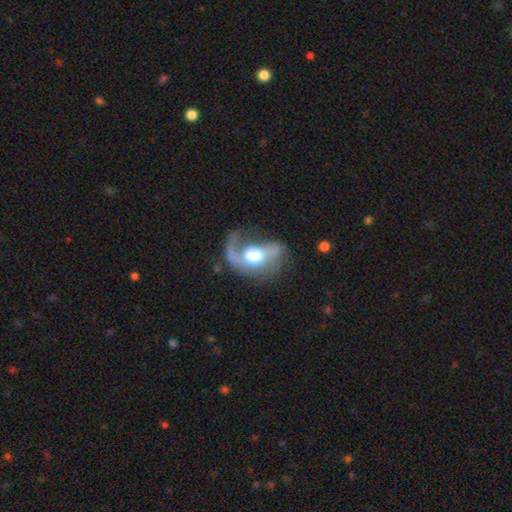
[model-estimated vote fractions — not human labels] Q: Smooth or featured?
A: featured or disk (77%); runner-up: smooth (16%)
Q: Edge-on disk?
A: no (97%); runner-up: yes (3%)
Q: Bar?
A: no (56%); runner-up: weak (32%)
Q: Spiral arms?
A: yes (88%); runner-up: no (12%)
Q: Spiral winding?
A: loose (58%); runner-up: medium (34%)
Q: Spiral arm count?
A: 2 (47%); runner-up: 1 (45%)
Q: Bulge size?
A: moderate (55%); runner-up: large (34%)
Q: Merging?
A: major disturbance (39%); runner-up: none (38%)